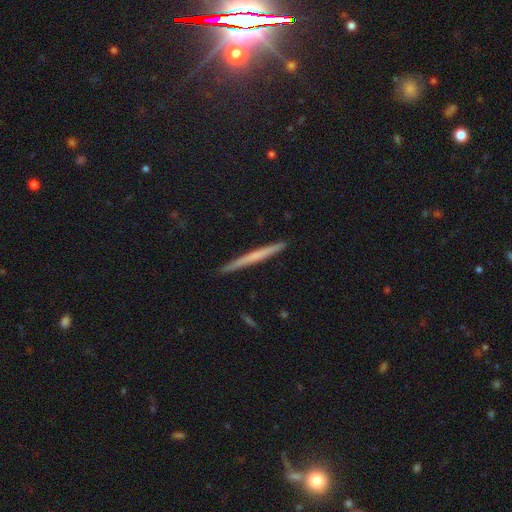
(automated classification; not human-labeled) Smooth or featured? Predicted: smooth (p=0.47, tied with featured or disk). Merging? Predicted: none (p=0.92).